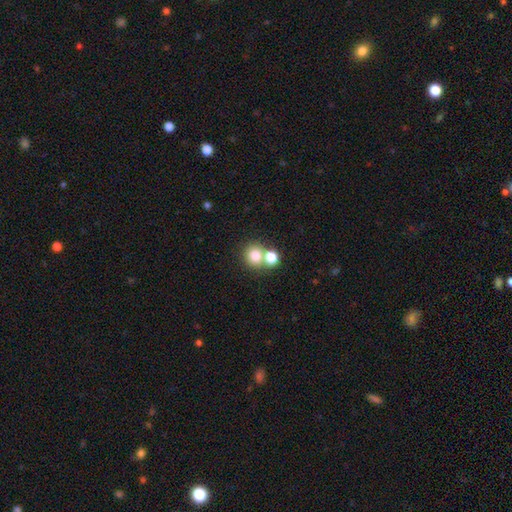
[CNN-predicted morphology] A smooth galaxy with no disk features (79%) that is round (84%).

Vote fractions:
- Smooth or featured? smooth: 79% / star or artifact: 12% / featured or disk: 9%
- How rounded? round: 84% / in between: 15% / cigar-shaped: 1%
- Merging? none: 50% / merger: 40% / minor disturbance: 7% / major disturbance: 3%